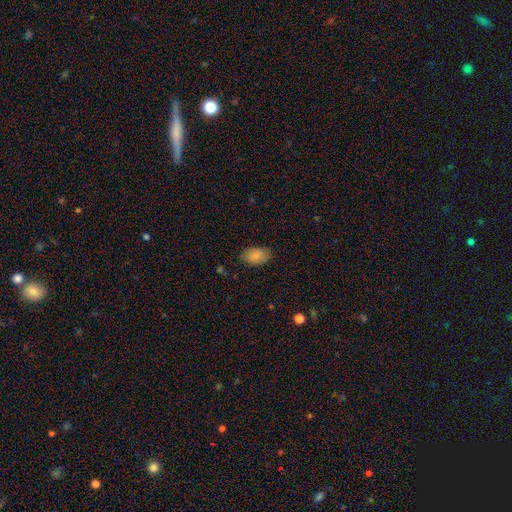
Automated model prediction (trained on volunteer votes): A smooth galaxy with no disk features (82%) that is in between round and cigar-shaped (90%).

Vote fractions:
- Smooth or featured? smooth: 82% / featured or disk: 11% / star or artifact: 7%
- How rounded? in between: 90% / round: 9% / cigar-shaped: 1%
- Merging? none: 80% / minor disturbance: 16% / major disturbance: 3% / merger: 1%